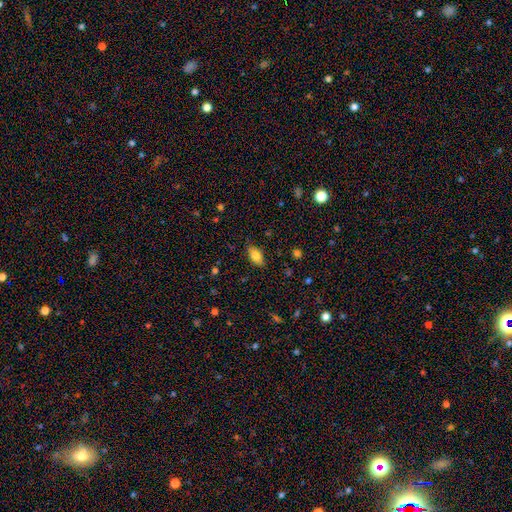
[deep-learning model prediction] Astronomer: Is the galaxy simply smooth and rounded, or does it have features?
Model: smooth — 81%.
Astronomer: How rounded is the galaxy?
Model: in between — 90%.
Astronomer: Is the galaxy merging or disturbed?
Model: none — 85%.